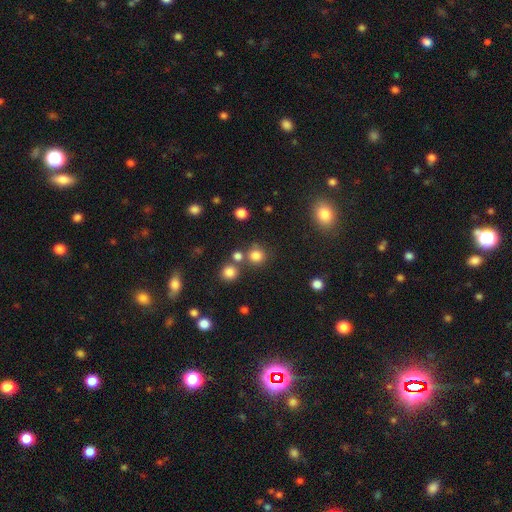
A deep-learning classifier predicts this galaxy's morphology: smooth 79%, star or artifact 16%, featured or disk 6%. Down the decision tree: how rounded — round (89%); merging — none (71%).